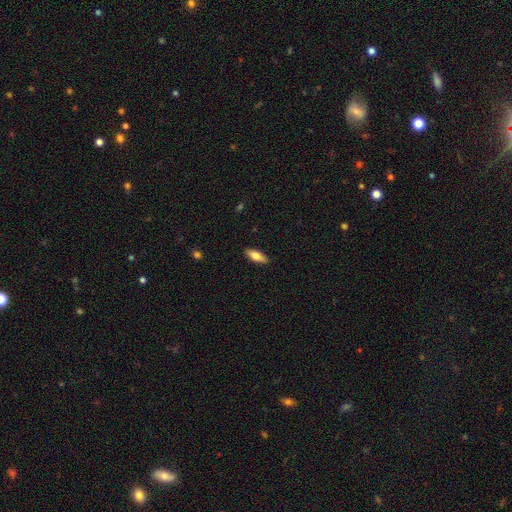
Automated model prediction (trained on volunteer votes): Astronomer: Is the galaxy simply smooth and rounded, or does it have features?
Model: smooth — 69%.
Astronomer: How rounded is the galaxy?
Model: in between — 64%.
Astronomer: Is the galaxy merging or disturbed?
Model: none — 88%.